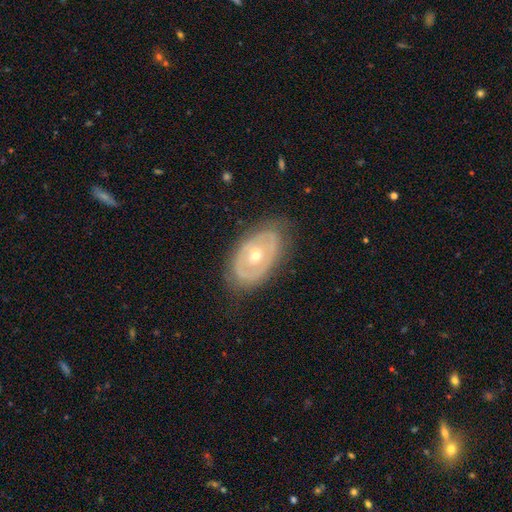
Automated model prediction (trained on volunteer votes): Morphology: type=featured or disk (69%); edge-on=no (92%); bar=no (80%); spiral arms=no (72%); bulge=moderate (57%); merging=none (75%).